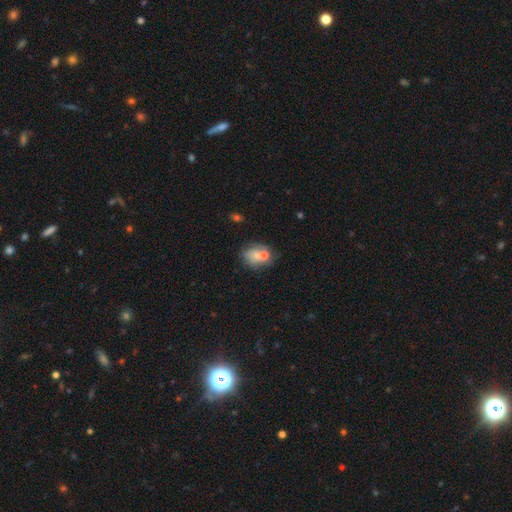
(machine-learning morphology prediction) Smooth or featured: smooth — 64% (featured or disk — 26%)
How rounded: in between — 52% (round — 47%)
Merging: none — 38% (tied with merger — 38%)